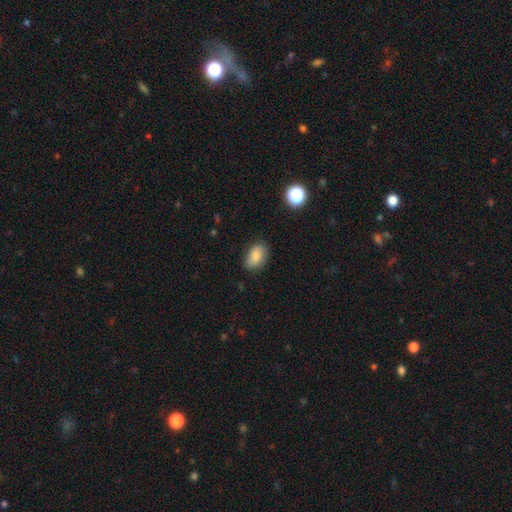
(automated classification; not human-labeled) Smooth or featured? Predicted: smooth (p=0.77). How rounded? Predicted: in between (p=0.87). Merging? Predicted: none (p=0.78).